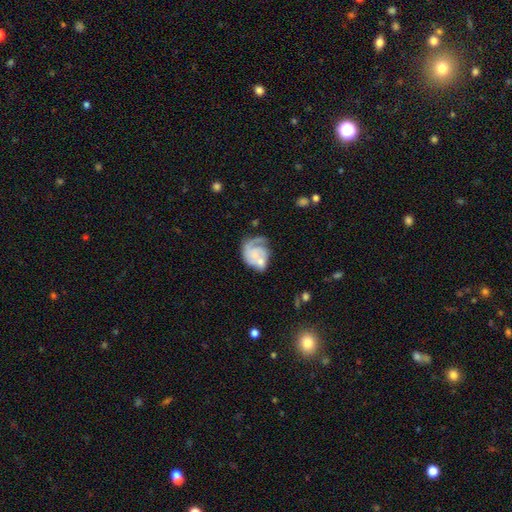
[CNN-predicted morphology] smooth_or_featured: featured or disk (p=0.71) [alt: smooth p=0.23]
disk_edge_on: no (p=0.98) [alt: yes p=0.02]
bar: no (p=0.75) [alt: weak p=0.21]
has_spiral_arms: yes (p=0.85) [alt: no p=0.15]
spiral_winding: tight (p=0.43) [alt: medium p=0.37]
spiral_arm_count: 1 (p=0.39) [alt: 2 p=0.28]
bulge_size: small (p=0.54) [alt: moderate p=0.24]
merging: none (p=0.34) [alt: merger p=0.25]